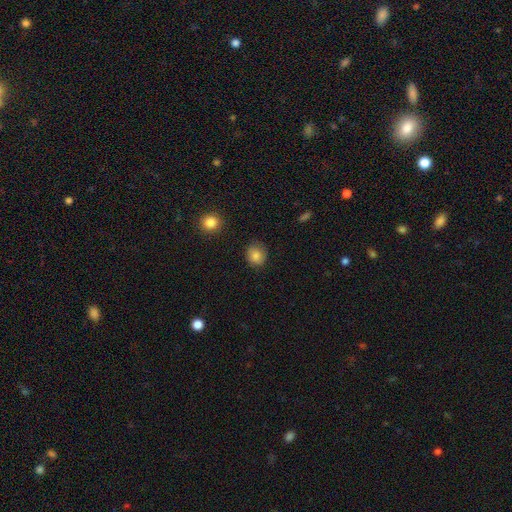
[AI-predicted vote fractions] This appears to be a smooth galaxy with no disk features (83%) that is round (76%). Merging: none (82%).